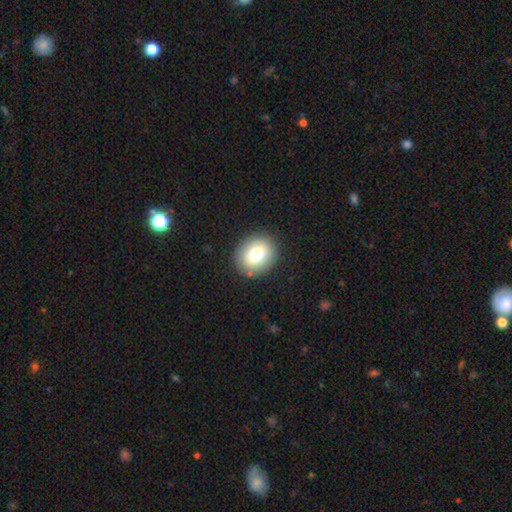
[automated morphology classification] Smooth or featured? Predicted: smooth (p=0.75). How rounded? Predicted: round (p=0.68). Merging? Predicted: none (p=0.86).